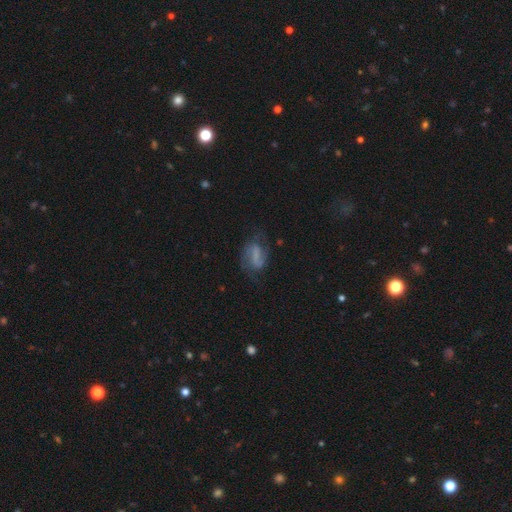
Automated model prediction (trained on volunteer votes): Smooth or featured?
  - featured or disk: 69% *
  - smooth: 22%
  - star or artifact: 9%
Edge-on disk?
  - no: 97% *
  - yes: 3%
Bar?
  - strong: 41% *
  - weak: 39%
  - no: 20%
Spiral arms?
  - yes: 88% *
  - no: 12%
Spiral winding?
  - medium: 46% *
  - loose: 34%
  - tight: 20%
Spiral arm count?
  - 2: 83% *
  - can't tell: 7%
  - 1: 6%
  - 3: 2%
  - 4: 1%
  - more than 4: 1%
Bulge size?
  - none: 61% *
  - small: 20%
  - moderate: 11%
  - large: 6%
  - dominant: 2%
Merging?
  - none: 62% *
  - minor disturbance: 21%
  - major disturbance: 15%
  - merger: 2%